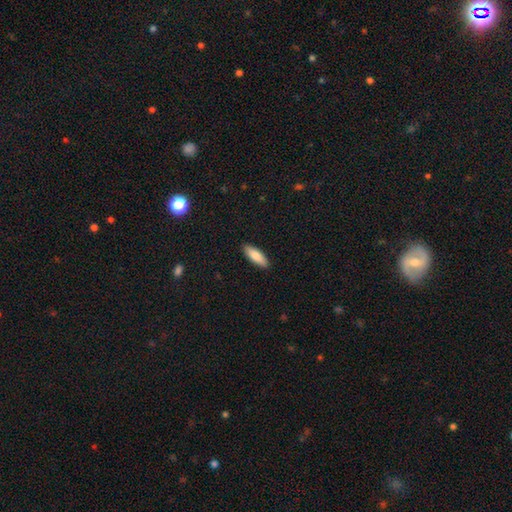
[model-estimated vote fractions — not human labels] A smooth galaxy with no disk features (82%) that is in between round and cigar-shaped (59%).

Vote fractions:
- Smooth or featured? smooth: 82% / featured or disk: 13% / star or artifact: 6%
- How rounded? in between: 59% / cigar-shaped: 39% / round: 2%
- Merging? none: 90% / minor disturbance: 7% / major disturbance: 2% / merger: 1%